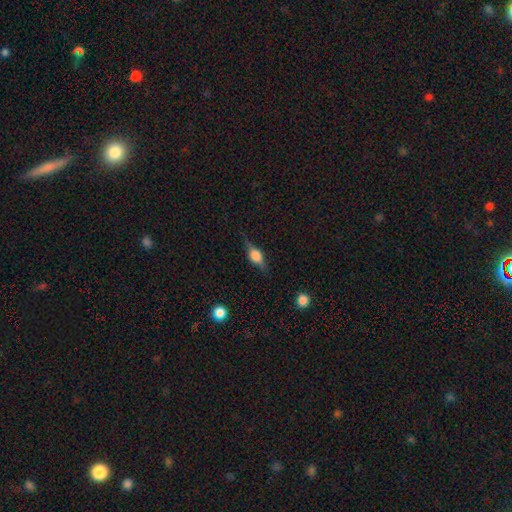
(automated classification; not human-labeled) A featured or disk galaxy (64%) viewed edge-on (96%) with a rounded central bulge (89%). Merging: none (80%).